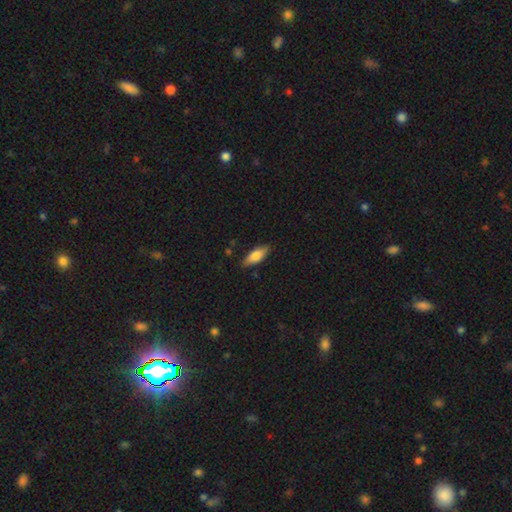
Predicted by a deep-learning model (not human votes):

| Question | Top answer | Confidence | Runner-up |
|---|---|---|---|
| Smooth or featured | smooth | 70% | featured or disk (24%) |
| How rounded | in between | 64% | cigar-shaped (34%) |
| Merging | none | 85% | minor disturbance (12%) |